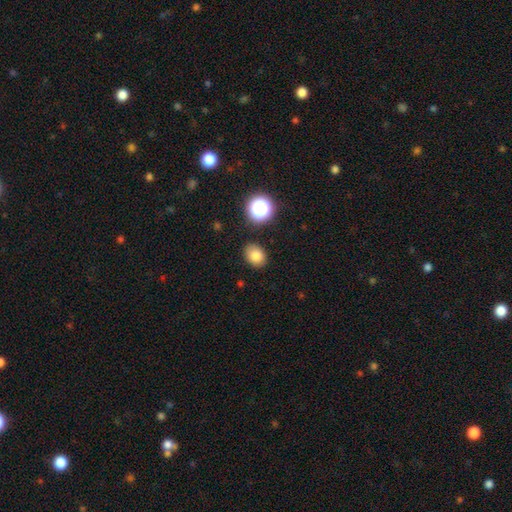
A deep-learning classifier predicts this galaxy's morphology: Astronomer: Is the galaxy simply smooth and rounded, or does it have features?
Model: smooth — 80%.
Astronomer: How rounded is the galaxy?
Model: in between — 53% (runner-up: round, 46%).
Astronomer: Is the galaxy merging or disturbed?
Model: none — 85%.